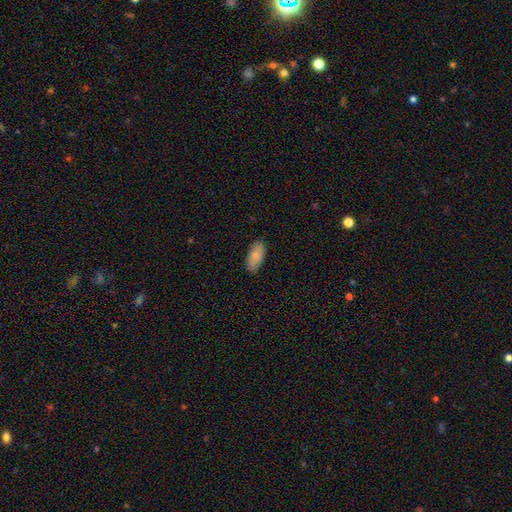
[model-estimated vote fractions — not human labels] smooth_or_featured: smooth (p=0.85) [alt: featured or disk p=0.09]
how_rounded: in between (p=0.91) [alt: cigar-shaped p=0.07]
merging: none (p=0.86) [alt: minor disturbance p=0.11]